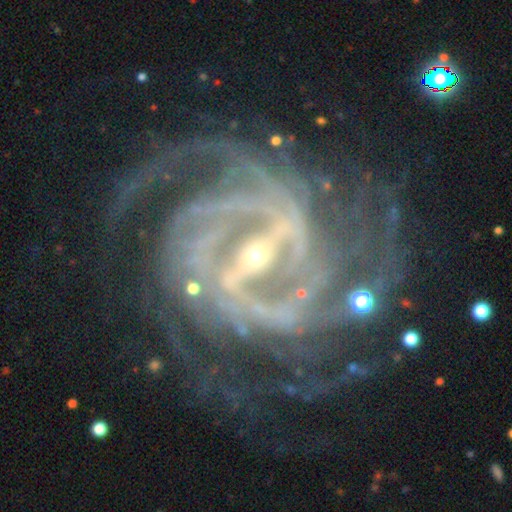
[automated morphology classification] type=featured or disk (92%); edge-on=no (97%); bar=strong (69%); spiral arms=yes (98%); winding=tight (57%); arm count=4 (23%); bulge=small (75%); merging=none (68%).